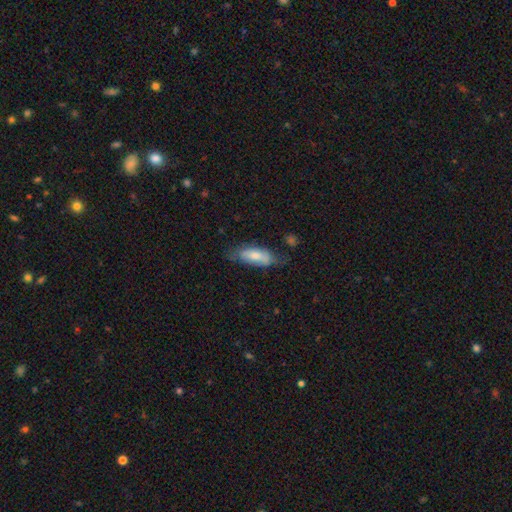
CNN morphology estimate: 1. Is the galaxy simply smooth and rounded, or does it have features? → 66% smooth, 28% featured or disk, 6% star or artifact.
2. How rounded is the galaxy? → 77% in between, 21% cigar-shaped, 2% round.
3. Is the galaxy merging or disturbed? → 54% none, 31% minor disturbance, 13% major disturbance, 2% merger.